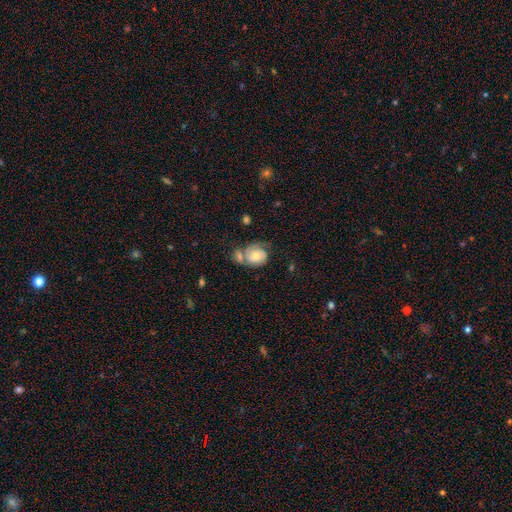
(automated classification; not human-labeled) Overall: featured or disk (57%; smooth 35%). Edge-on disk: no (97%). Bar: no (78%). Spiral arms: yes (84%). Bulge size: moderate (60%; small 31%). Merging: none (37%; merger 30%).